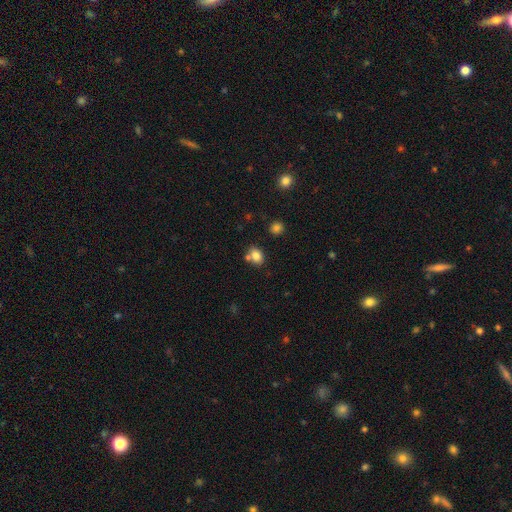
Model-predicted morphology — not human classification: This appears to be a smooth galaxy with no disk features (82%) that is in between round and cigar-shaped (64%). Merging: none (63%).